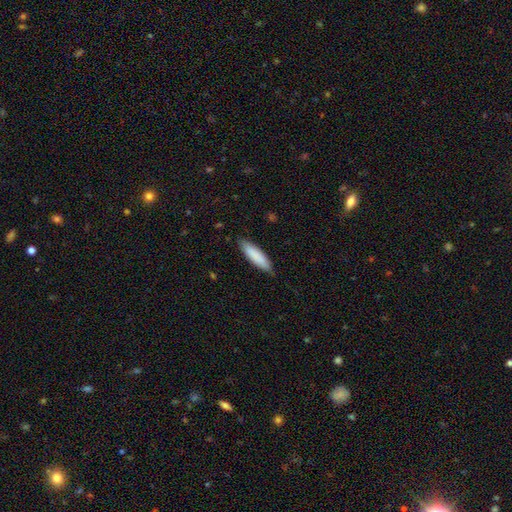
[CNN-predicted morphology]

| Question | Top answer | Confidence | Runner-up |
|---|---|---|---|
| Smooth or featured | smooth | 86% | featured or disk (9%) |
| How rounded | cigar-shaped | 65% | in between (34%) |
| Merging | none | 83% | minor disturbance (14%) |